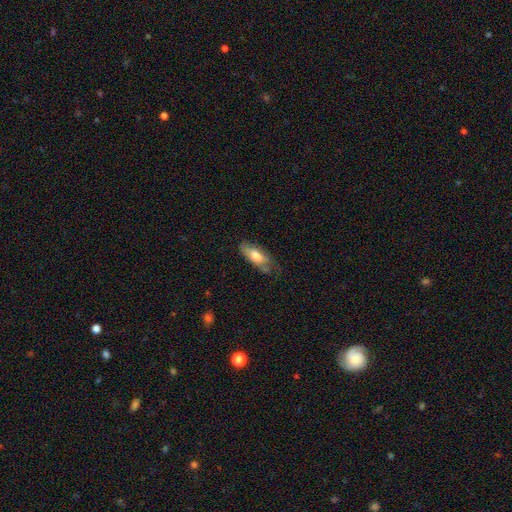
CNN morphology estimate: type=smooth (67%); roundness=in between (74%); merging=none (51%).